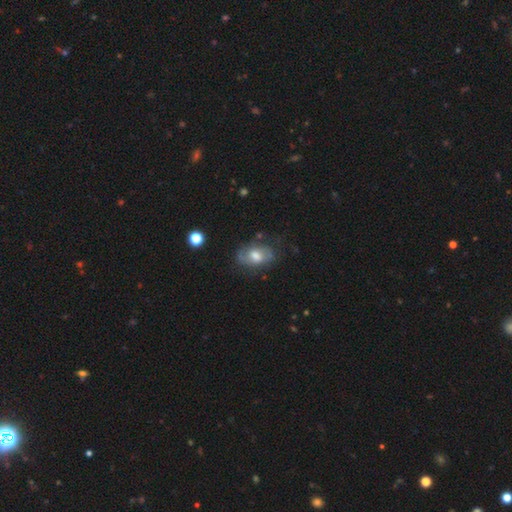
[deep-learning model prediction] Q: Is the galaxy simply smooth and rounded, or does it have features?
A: featured or disk — 56%.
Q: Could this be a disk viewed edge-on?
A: no — 95%.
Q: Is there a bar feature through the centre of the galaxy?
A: no — 54%.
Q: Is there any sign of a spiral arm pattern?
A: yes — 75%.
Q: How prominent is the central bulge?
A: moderate — 61%.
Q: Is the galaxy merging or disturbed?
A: none — 66%.